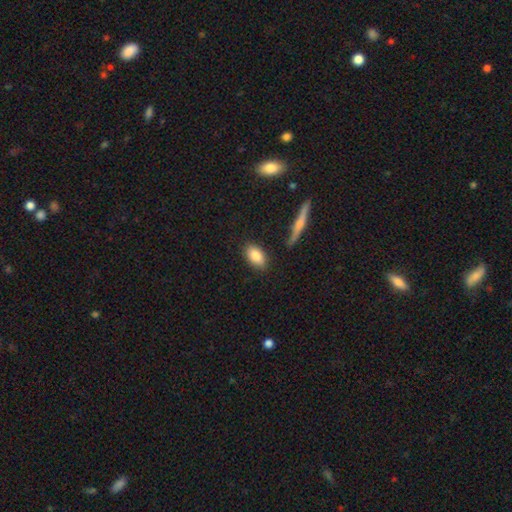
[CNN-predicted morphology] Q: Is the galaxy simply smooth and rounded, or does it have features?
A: smooth — 83%.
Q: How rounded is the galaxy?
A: in between — 89%.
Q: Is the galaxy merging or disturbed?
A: none — 83%.